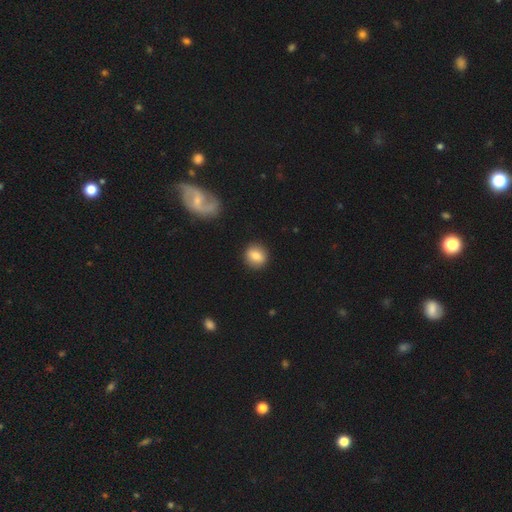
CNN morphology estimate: A smooth galaxy with no disk features (80%) that is round (79%).

Vote fractions:
- Smooth or featured? smooth: 80% / featured or disk: 12% / star or artifact: 8%
- How rounded? round: 79% / in between: 20% / cigar-shaped: 1%
- Merging? none: 89% / minor disturbance: 7% / major disturbance: 2% / merger: 1%